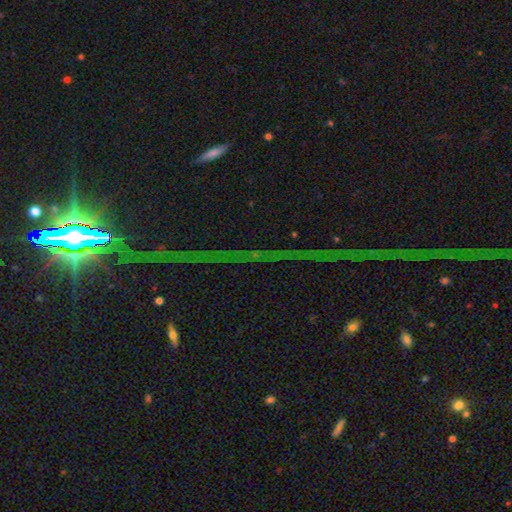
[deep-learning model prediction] The model was most divided on "smooth or featured": star or artifact: 83%, featured or disk: 10%, smooth: 7%.